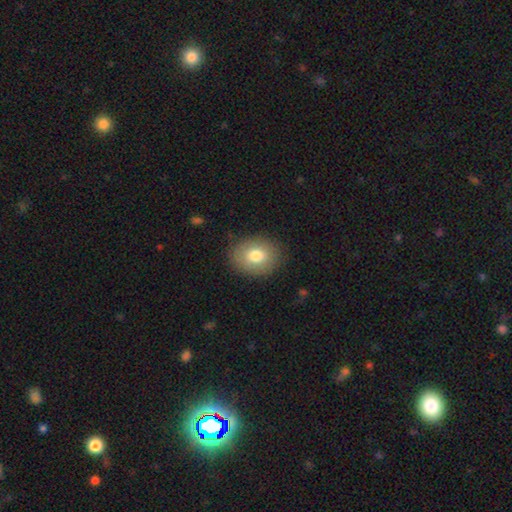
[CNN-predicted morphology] Smooth or featured? Predicted: smooth (p=0.78). How rounded? Predicted: in between (p=0.52). Merging? Predicted: none (p=0.85).